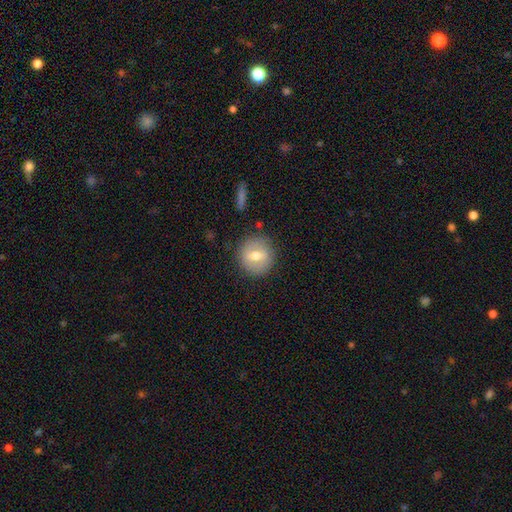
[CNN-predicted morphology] Smooth or featured? smooth (58%)
How rounded? round (91%)
Merging? none (85%)